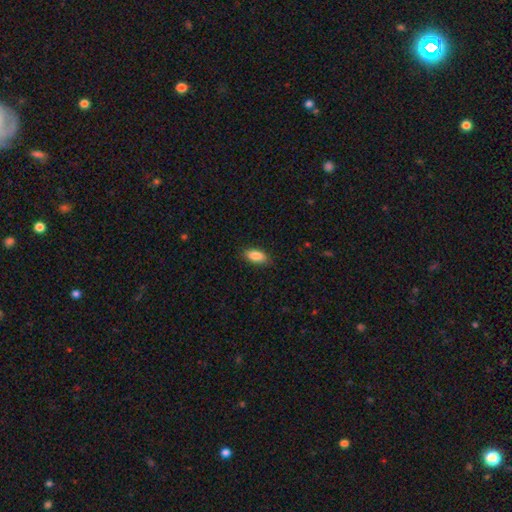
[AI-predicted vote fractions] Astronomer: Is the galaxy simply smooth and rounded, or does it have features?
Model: smooth — 87%.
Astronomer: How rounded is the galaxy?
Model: in between — 90%.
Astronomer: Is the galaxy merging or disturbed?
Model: none — 87%.